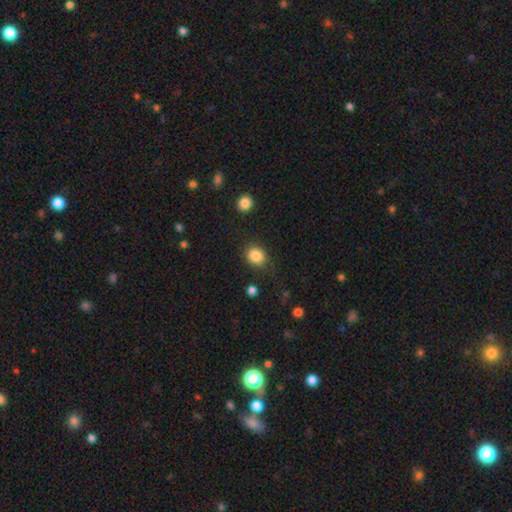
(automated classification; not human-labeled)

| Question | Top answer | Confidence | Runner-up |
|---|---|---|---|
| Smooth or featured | smooth | 86% | star or artifact (9%) |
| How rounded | round | 65% | in between (34%) |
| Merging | none | 83% | minor disturbance (11%) |